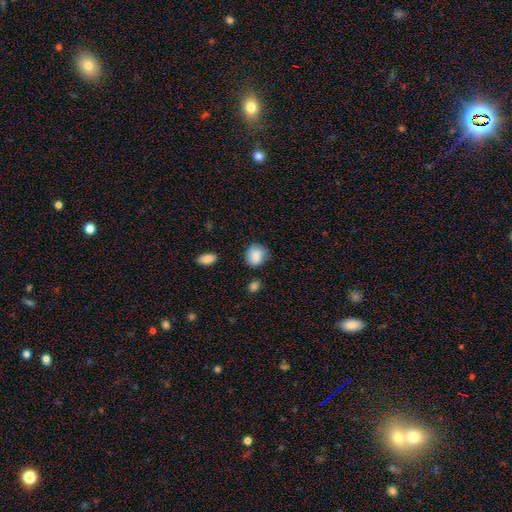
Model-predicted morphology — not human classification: Smooth or featured? smooth (83%)
How rounded? round (69%)
Merging? none (67%)